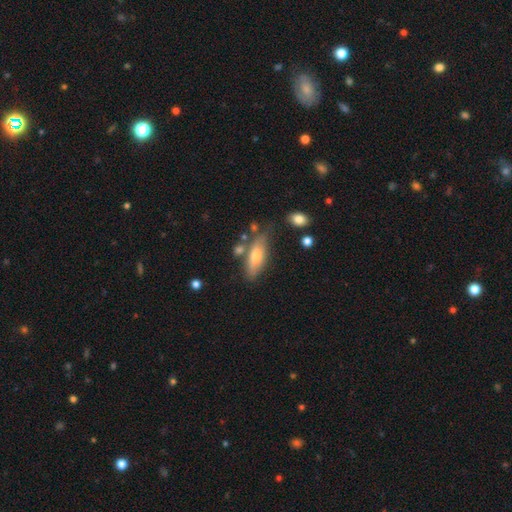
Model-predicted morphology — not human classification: Smooth or featured: smooth — 62% (featured or disk — 31%)
How rounded: in between — 59% (cigar-shaped — 38%)
Merging: none — 65% (minor disturbance — 20%)